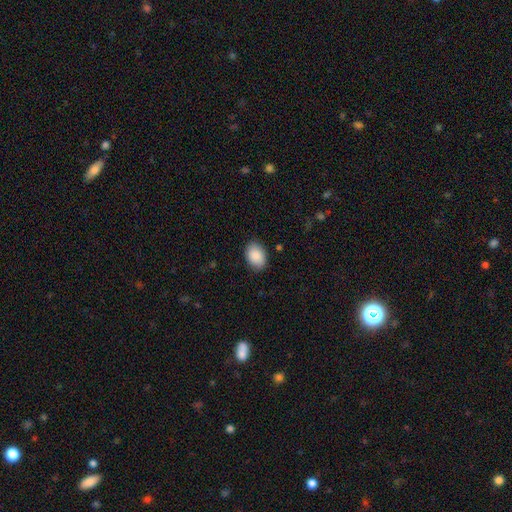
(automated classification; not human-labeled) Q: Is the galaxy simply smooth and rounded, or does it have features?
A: smooth — 90%.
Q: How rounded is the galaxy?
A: in between — 82%.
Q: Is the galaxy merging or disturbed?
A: none — 86%.